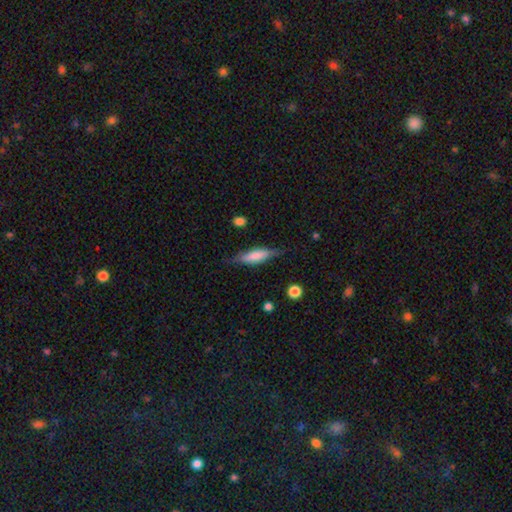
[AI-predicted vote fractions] The model was most divided on "smooth or featured": smooth: 57%, featured or disk: 37%, star or artifact: 6%. More confident: merging — none (77%); how rounded — cigar-shaped (65%).